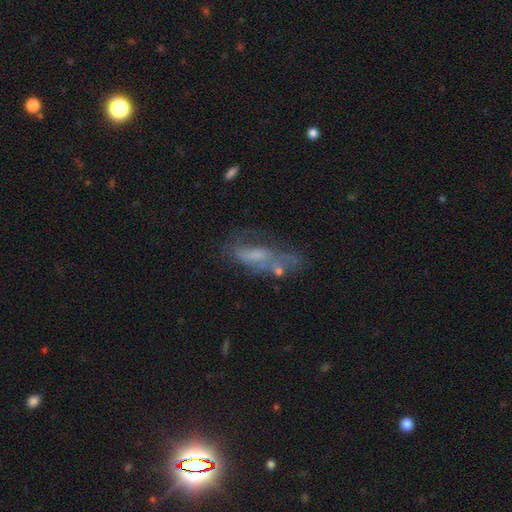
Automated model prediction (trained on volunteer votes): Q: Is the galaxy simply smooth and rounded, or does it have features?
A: featured or disk — 48%.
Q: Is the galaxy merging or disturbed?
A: none — 34%.